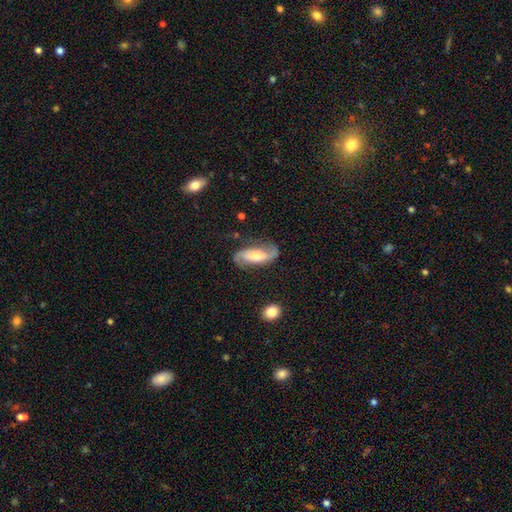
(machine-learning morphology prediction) A featured or disk galaxy (78%) with no bar (38%), 2 (90%) loose (50%) spiral arms (95%) and a moderate central bulge (49%). Merging: none (74%).